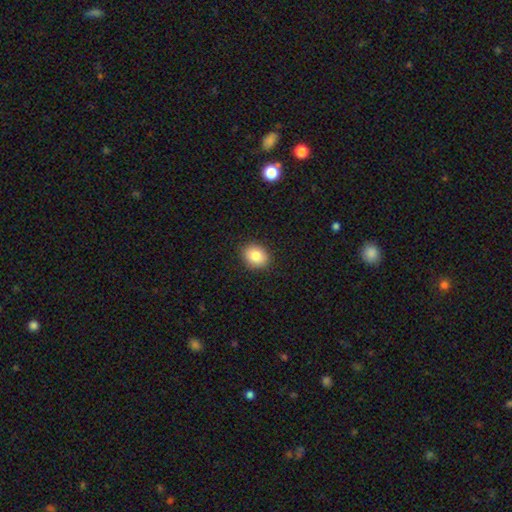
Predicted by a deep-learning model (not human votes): This appears to be a smooth galaxy with no disk features (85%) that is round (51%). Merging: none (90%).